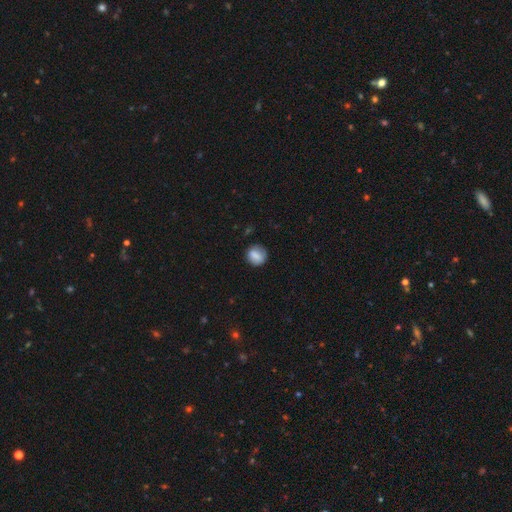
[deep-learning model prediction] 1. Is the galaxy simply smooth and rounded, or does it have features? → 81% smooth, 11% featured or disk, 8% star or artifact.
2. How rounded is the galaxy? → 76% round, 23% in between, 1% cigar-shaped.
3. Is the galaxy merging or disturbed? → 75% none, 18% minor disturbance, 5% major disturbance, 2% merger.